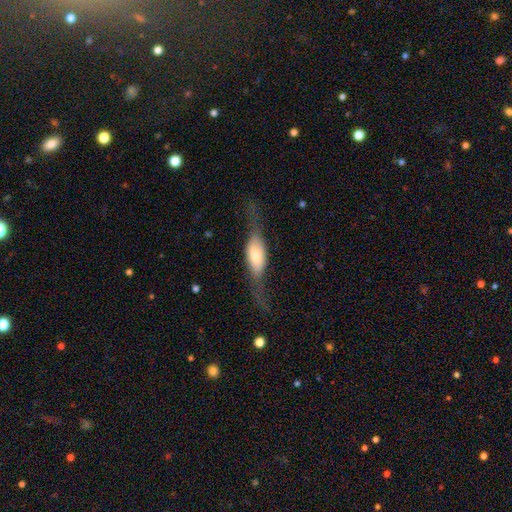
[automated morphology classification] Smooth or featured? Predicted: featured or disk (p=0.53). Edge-on disk? Predicted: yes (p=0.69). Merging? Predicted: none (p=0.50).